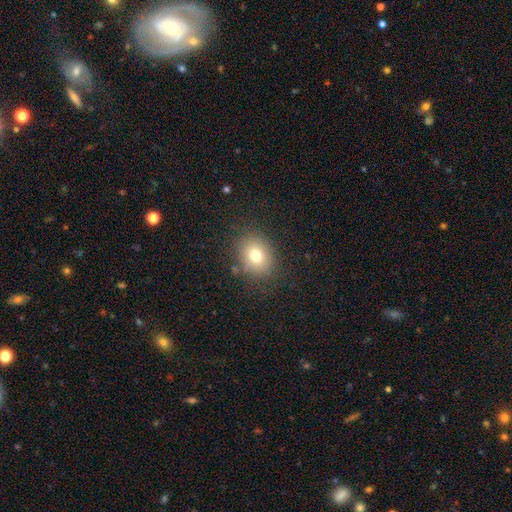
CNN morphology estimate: type=smooth (75%); roundness=round (59%); merging=none (83%).